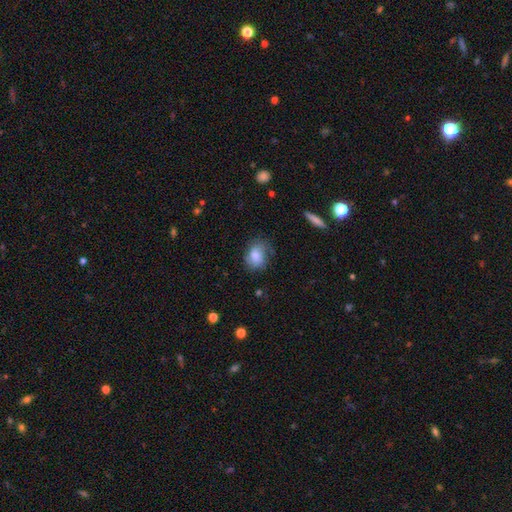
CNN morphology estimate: The model was most divided on "how rounded": in between: 61%, round: 38%, cigar-shaped: 1%. More confident: smooth or featured — smooth (76%); merging — none (62%).